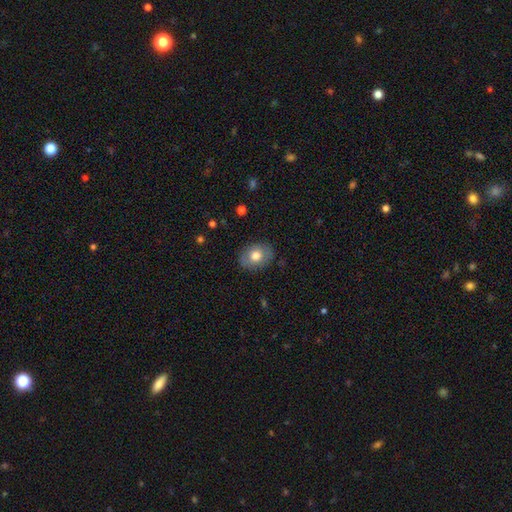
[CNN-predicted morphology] smooth 74%, featured or disk 18%, star or artifact 8%. Down the decision tree: how rounded — in between (60%); merging — none (85%).